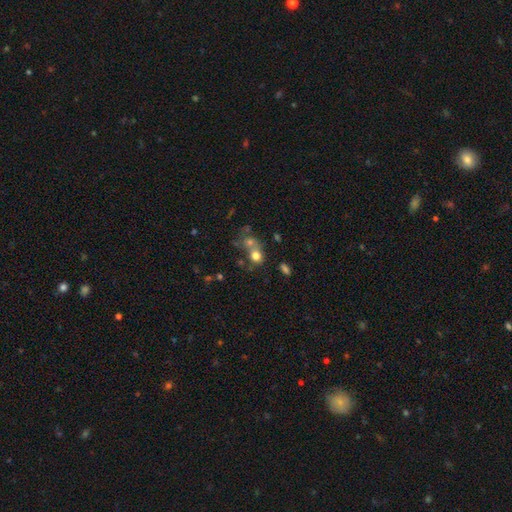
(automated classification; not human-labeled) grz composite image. It shows a smooth galaxy with no disk features (71%) that is round (70%). Merging: merger (46%).